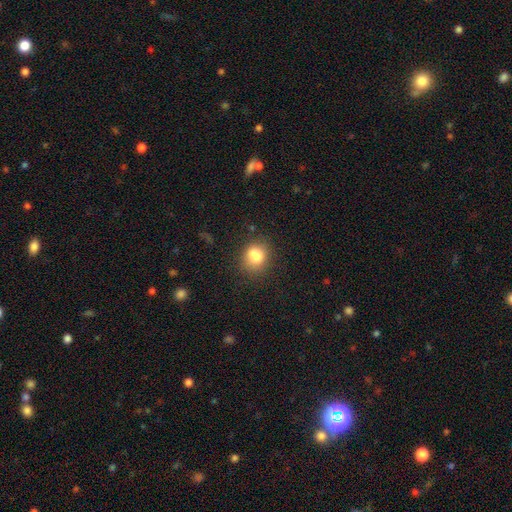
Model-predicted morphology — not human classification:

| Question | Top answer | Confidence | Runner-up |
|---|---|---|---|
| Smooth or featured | smooth | 72% | featured or disk (17%) |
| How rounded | round | 67% | in between (32%) |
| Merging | none | 46% | merger (34%) |